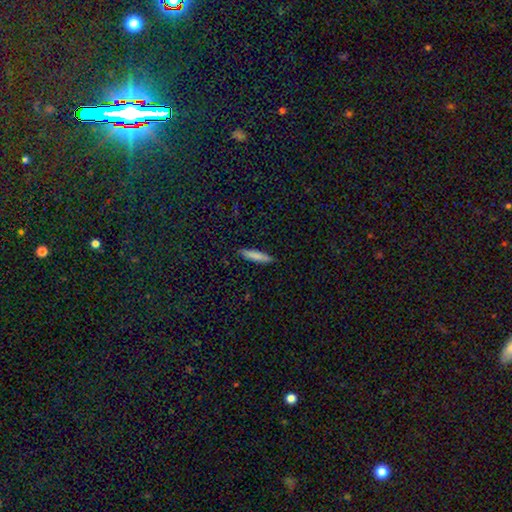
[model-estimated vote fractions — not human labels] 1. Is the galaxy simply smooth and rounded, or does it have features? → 81% smooth, 12% featured or disk, 7% star or artifact.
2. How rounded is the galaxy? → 85% cigar-shaped, 13% in between, 1% round.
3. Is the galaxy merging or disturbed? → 89% none, 8% minor disturbance, 2% major disturbance, 1% merger.